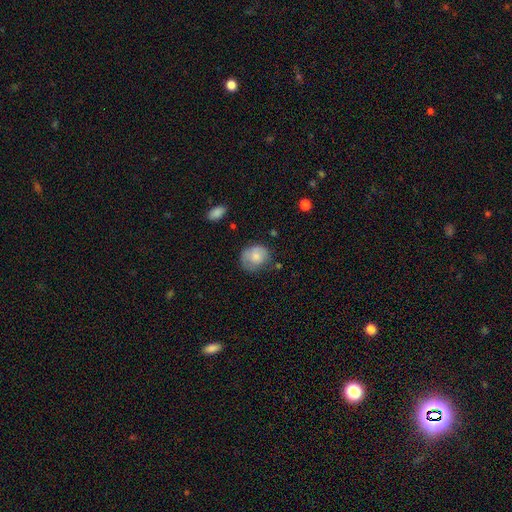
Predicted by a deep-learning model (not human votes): smooth_or_featured: smooth (p=0.76) [alt: featured or disk p=0.16]
how_rounded: round (p=0.59) [alt: in between p=0.40]
merging: none (p=0.55) [alt: minor disturbance p=0.31]